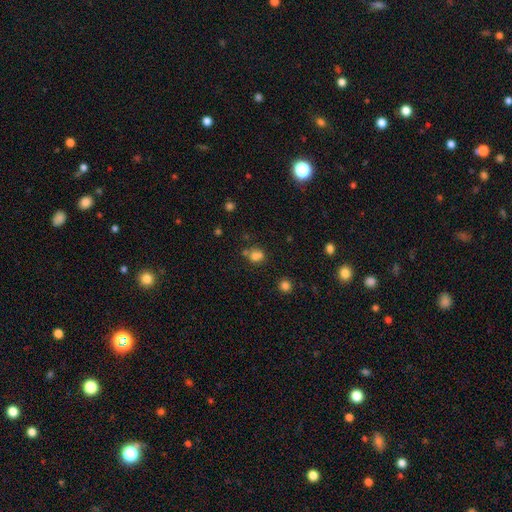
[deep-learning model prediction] Smooth or featured?
  - smooth: 71% *
  - star or artifact: 17%
  - featured or disk: 12%
How rounded?
  - round: 67% *
  - in between: 32%
  - cigar-shaped: 1%
Merging?
  - none: 48% *
  - merger: 34%
  - minor disturbance: 13%
  - major disturbance: 5%